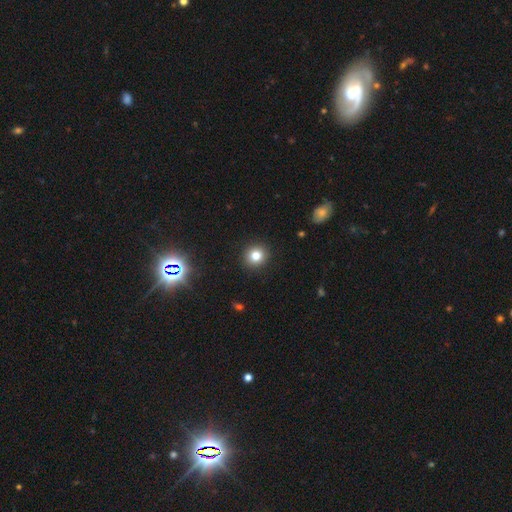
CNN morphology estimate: A smooth galaxy with no disk features (80%) that is round (90%). Merging: none (92%).